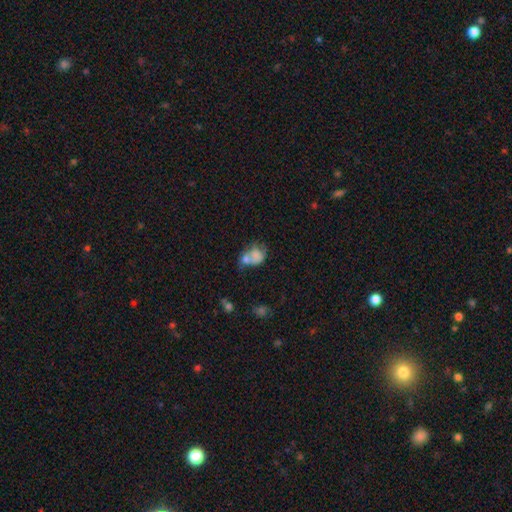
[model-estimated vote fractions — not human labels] A smooth galaxy with no disk features (61%) that is in between round and cigar-shaped (62%). Merging: merger (48%).